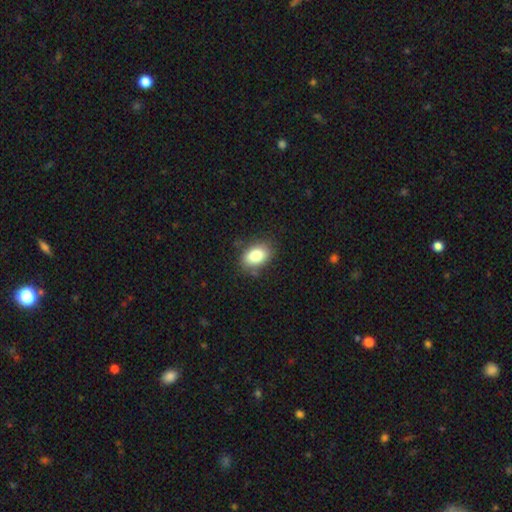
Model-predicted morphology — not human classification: Overall: smooth (82%). How rounded: in between (84%). Merging: none (81%).